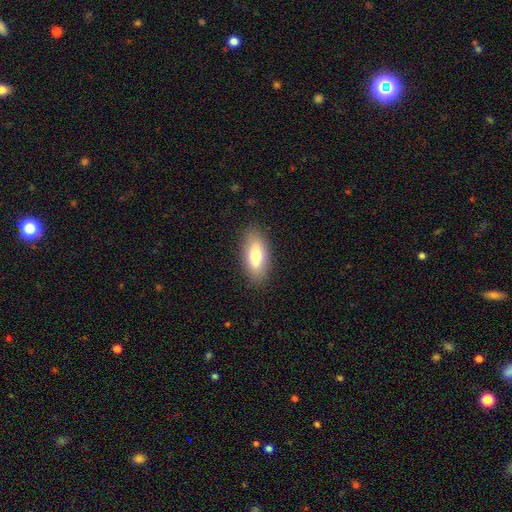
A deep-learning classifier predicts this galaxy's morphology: Overall: smooth (74%). How rounded: in between (82%). Merging: none (86%).